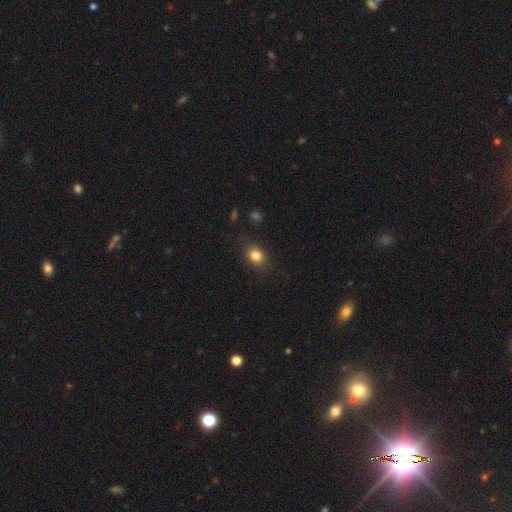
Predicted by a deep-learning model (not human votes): This is clearly a smooth galaxy (82%). How rounded: possibly round (51%). Merging: clearly none (84%).